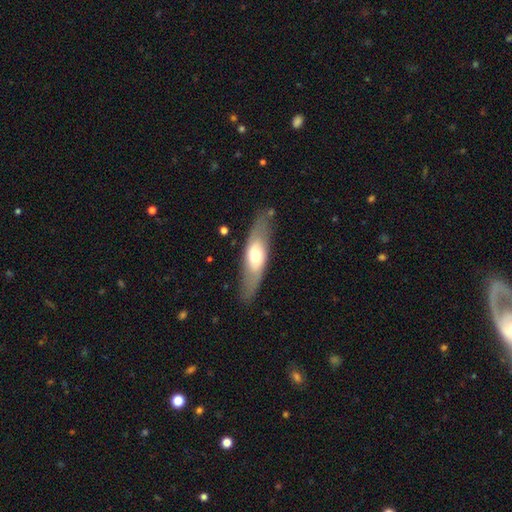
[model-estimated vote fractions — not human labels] Smooth or featured? smooth (49%)
Merging? none (80%)